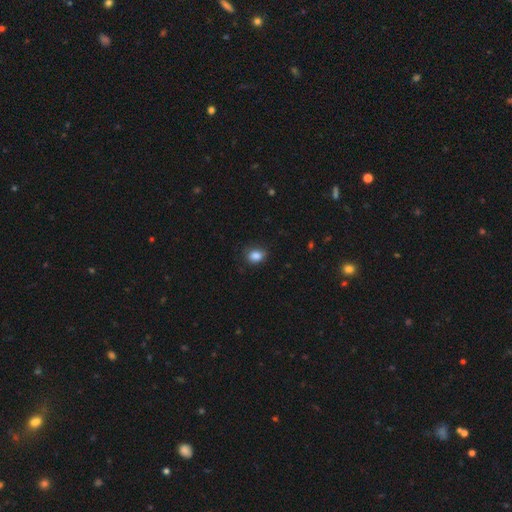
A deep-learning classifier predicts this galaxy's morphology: smooth-or-featured: smooth: 86% | star or artifact: 9% | featured or disk: 5%
  how-rounded: in between: 62% | round: 37% | cigar-shaped: 1%
  merging: none: 76% | minor disturbance: 19% | major disturbance: 4% | merger: 1%